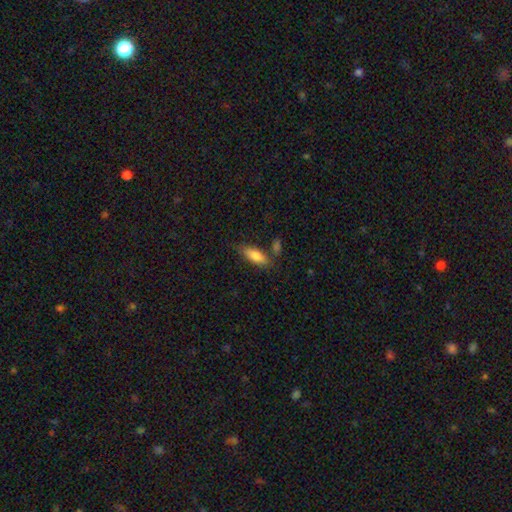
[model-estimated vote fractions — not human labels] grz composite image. It shows a smooth galaxy with no disk features (81%) that is in between round and cigar-shaped (69%). Merging: none (71%).